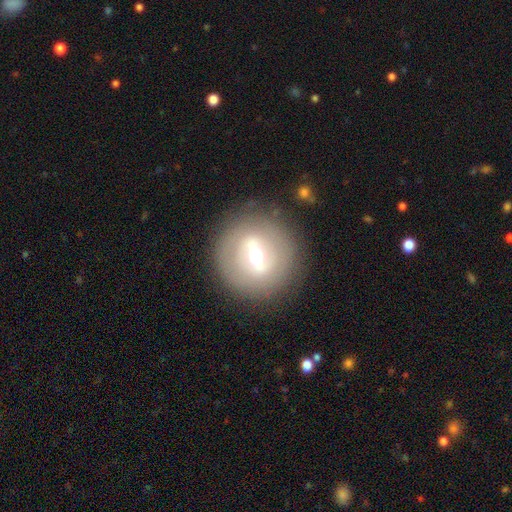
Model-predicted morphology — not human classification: smooth_or_featured: featured or disk (p=0.66) [alt: smooth p=0.27]
disk_edge_on: no (p=0.90) [alt: yes p=0.10]
bar: strong (p=0.46) [alt: weak p=0.41]
has_spiral_arms: no (p=0.62) [alt: yes p=0.38]
bulge_size: moderate (p=0.63) [alt: small p=0.30]
merging: none (p=0.85) [alt: minor disturbance p=0.09]